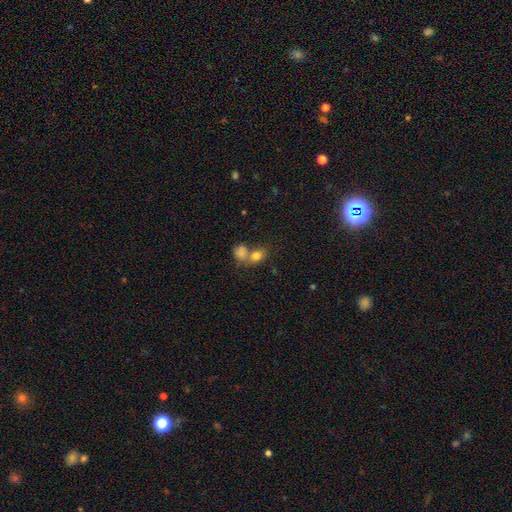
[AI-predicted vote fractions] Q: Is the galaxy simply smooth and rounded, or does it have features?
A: smooth — 80%.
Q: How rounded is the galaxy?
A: in between — 51%.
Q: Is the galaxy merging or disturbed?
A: merger — 48%.